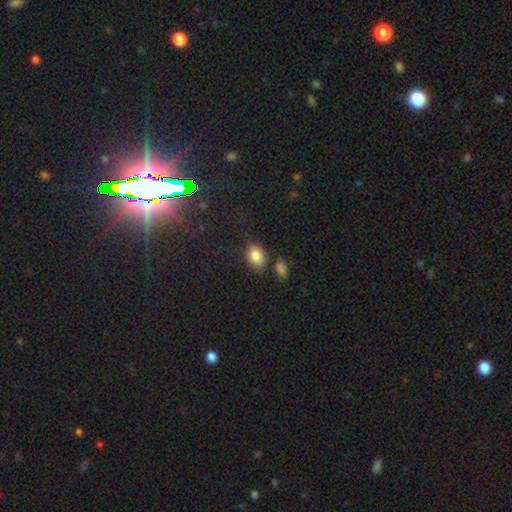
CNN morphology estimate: This appears to be a smooth galaxy with no disk features (84%) that is in between round and cigar-shaped (62%). Merging: none (73%).